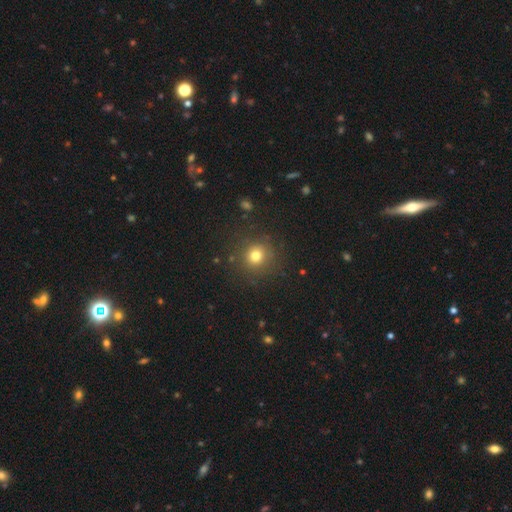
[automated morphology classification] Smooth or featured? Predicted: smooth (p=0.76). How rounded? Predicted: round (p=0.91). Merging? Predicted: none (p=0.86).